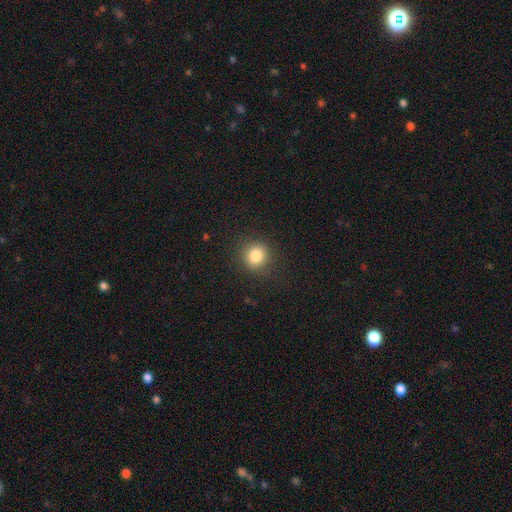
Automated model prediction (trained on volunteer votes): This appears to be a smooth galaxy with no disk features (83%) that is round (89%). Merging: none (89%).